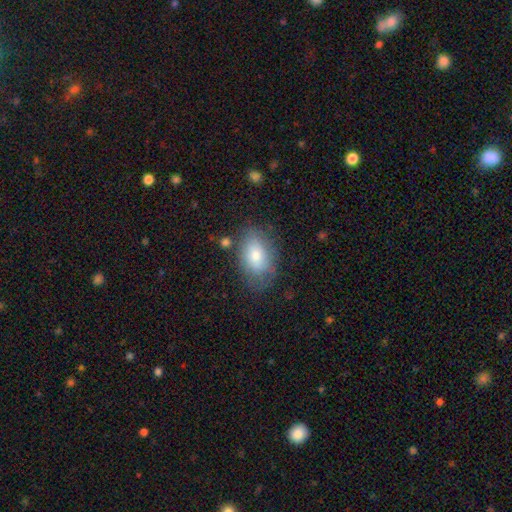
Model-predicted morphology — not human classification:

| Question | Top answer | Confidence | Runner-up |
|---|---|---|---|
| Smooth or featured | smooth | 76% | featured or disk (17%) |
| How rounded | in between | 87% | round (12%) |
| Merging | none | 71% | minor disturbance (20%) |